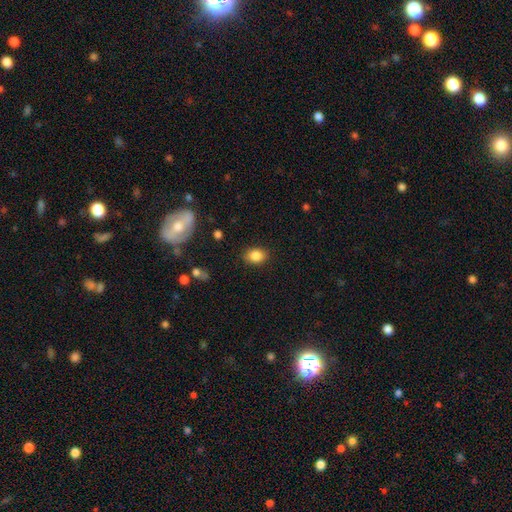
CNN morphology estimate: A smooth galaxy with no disk features (85%) that is in between round and cigar-shaped (63%).

Vote fractions:
- Smooth or featured? smooth: 85% / star or artifact: 9% / featured or disk: 6%
- How rounded? in between: 63% / round: 36% / cigar-shaped: 1%
- Merging? none: 86% / minor disturbance: 10% / major disturbance: 3% / merger: 1%